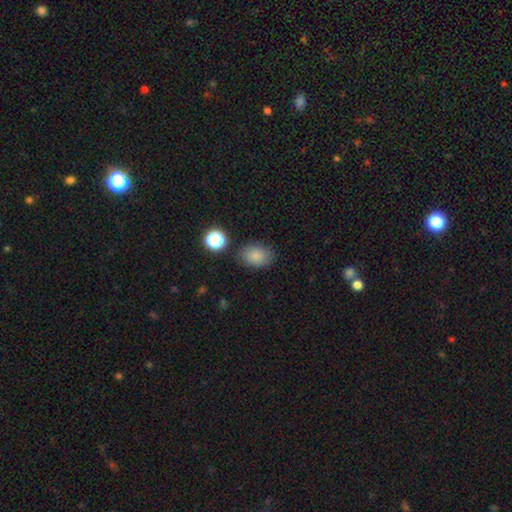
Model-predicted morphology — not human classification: Smooth or featured: smooth — 82% (star or artifact — 11%)
How rounded: in between — 70% (round — 29%)
Merging: none — 80% (minor disturbance — 12%)